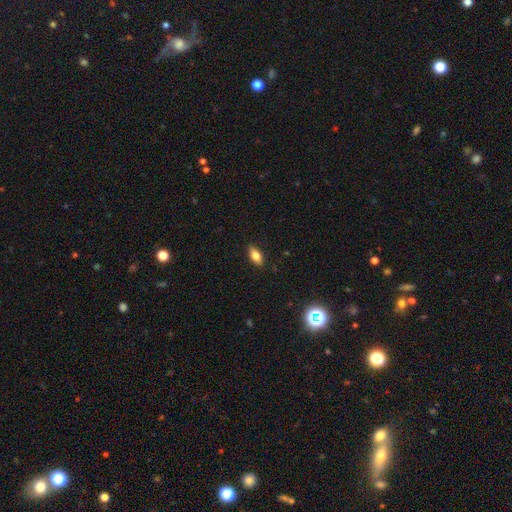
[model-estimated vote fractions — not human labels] smooth-or-featured: smooth: 77% | featured or disk: 14% | star or artifact: 8%
  how-rounded: in between: 84% | cigar-shaped: 12% | round: 4%
  merging: none: 88% | minor disturbance: 9% | major disturbance: 2% | merger: 1%